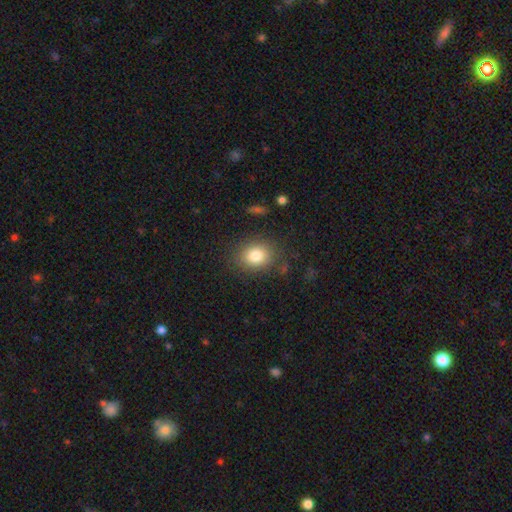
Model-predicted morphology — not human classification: type=smooth (81%); roundness=round (53%); merging=none (81%).